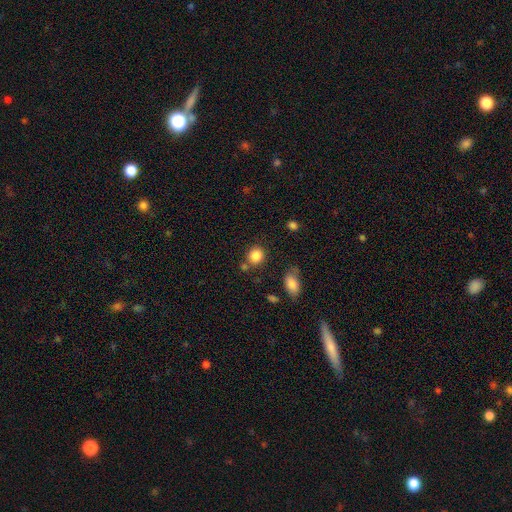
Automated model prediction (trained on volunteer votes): Smooth or featured: smooth — 86% (star or artifact — 10%)
How rounded: round — 78% (in between — 21%)
Merging: none — 74% (minor disturbance — 12%)